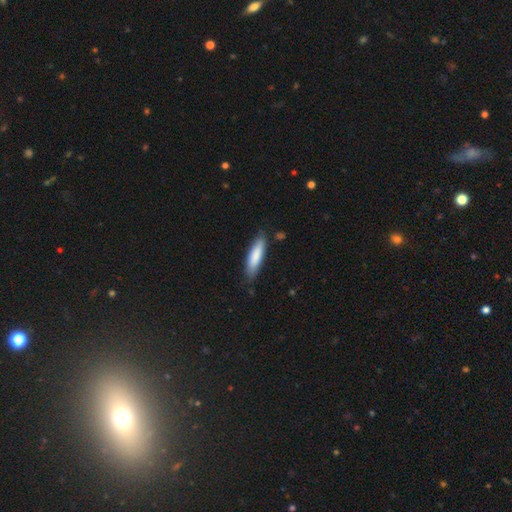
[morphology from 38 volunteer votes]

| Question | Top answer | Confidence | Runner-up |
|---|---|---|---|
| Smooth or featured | smooth | 79% | featured or disk (16%) |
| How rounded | cigar-shaped | 83% | in between (17%) |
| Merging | none | 89% | minor disturbance (11%) |